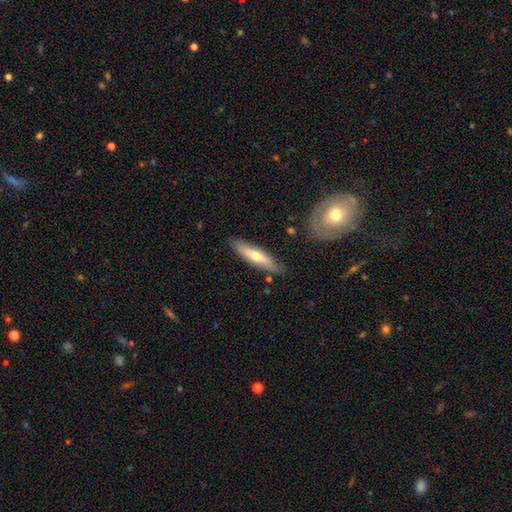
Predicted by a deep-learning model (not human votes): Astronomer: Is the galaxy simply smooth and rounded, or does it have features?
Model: featured or disk — 49% (runner-up: smooth, 45%).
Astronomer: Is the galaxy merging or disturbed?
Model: none — 82%.